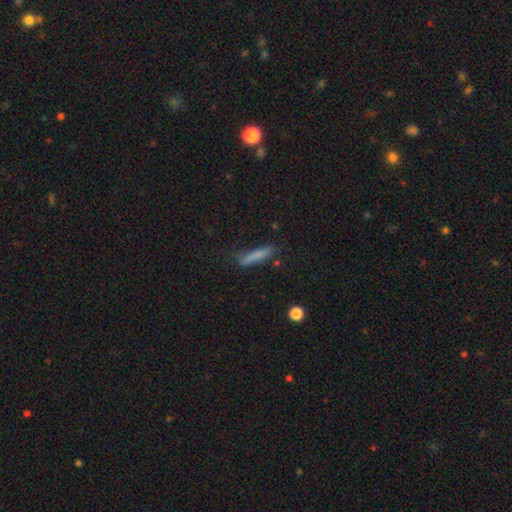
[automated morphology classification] Smooth or featured? Predicted: smooth (p=0.75). How rounded? Predicted: cigar-shaped (p=0.89). Merging? Predicted: none (p=0.73).